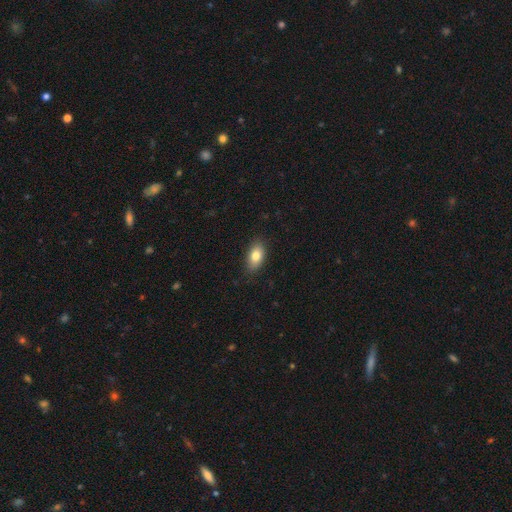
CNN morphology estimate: type=smooth (81%); roundness=in between (89%); merging=none (85%).